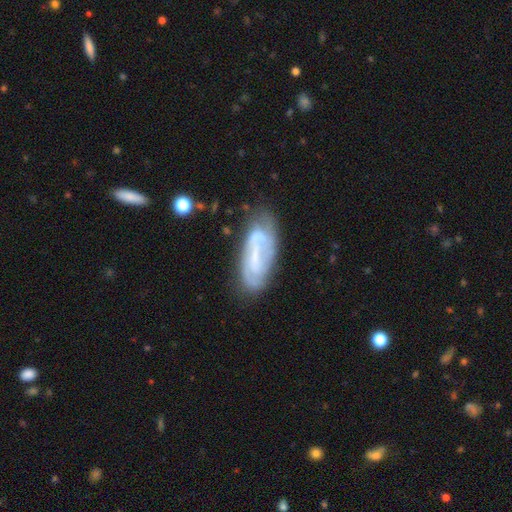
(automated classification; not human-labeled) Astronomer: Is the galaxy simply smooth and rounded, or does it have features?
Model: featured or disk — 64%.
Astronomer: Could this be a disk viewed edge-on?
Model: no — 89%.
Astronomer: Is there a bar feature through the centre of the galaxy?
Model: weak — 38% (runner-up: no, 32%).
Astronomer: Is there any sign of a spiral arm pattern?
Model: yes — 67%.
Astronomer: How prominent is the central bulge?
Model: small — 40% (runner-up: none, 36%).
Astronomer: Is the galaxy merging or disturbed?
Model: none — 60%.